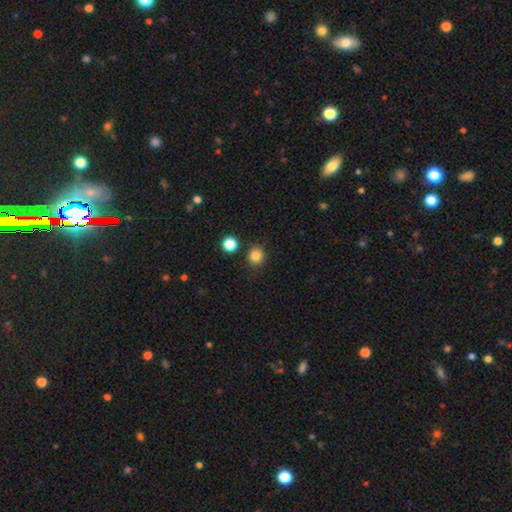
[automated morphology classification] smooth_or_featured: smooth (p=0.84) [alt: star or artifact p=0.12]
how_rounded: round (p=0.91) [alt: in between p=0.08]
merging: none (p=0.88) [alt: minor disturbance p=0.07]